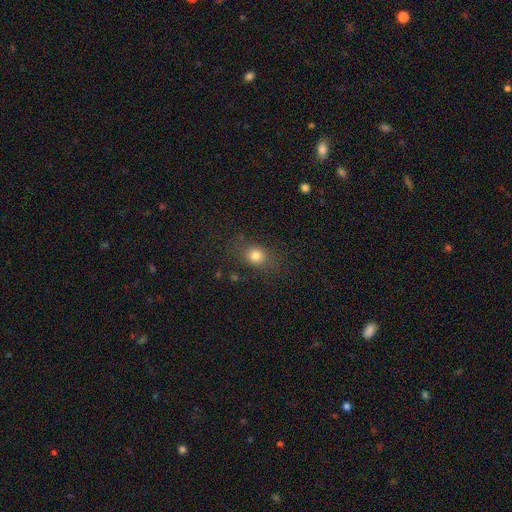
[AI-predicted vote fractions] A smooth galaxy with no disk features (78%) that is round (60%).

Vote fractions:
- Smooth or featured? smooth: 78% / star or artifact: 13% / featured or disk: 9%
- How rounded? round: 60% / in between: 38% / cigar-shaped: 2%
- Merging? none: 77% / minor disturbance: 15% / major disturbance: 7% / merger: 2%